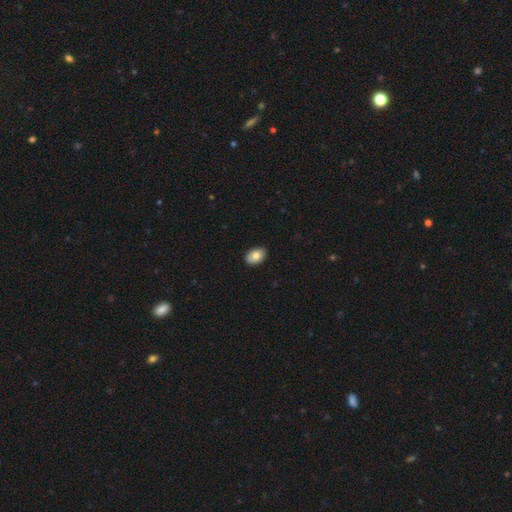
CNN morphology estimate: smooth-or-featured: smooth: 79% | featured or disk: 14% | star or artifact: 7%
  how-rounded: in between: 84% | round: 15% | cigar-shaped: 1%
  merging: none: 89% | minor disturbance: 9% | major disturbance: 2% | merger: 1%